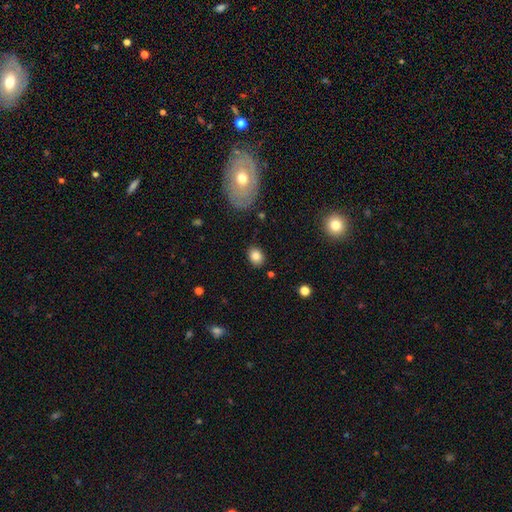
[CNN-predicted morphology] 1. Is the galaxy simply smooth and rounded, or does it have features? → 83% smooth, 9% star or artifact, 8% featured or disk.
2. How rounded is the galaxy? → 55% in between, 44% round, 1% cigar-shaped.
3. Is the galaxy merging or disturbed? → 86% none, 10% minor disturbance, 3% major disturbance, 2% merger.